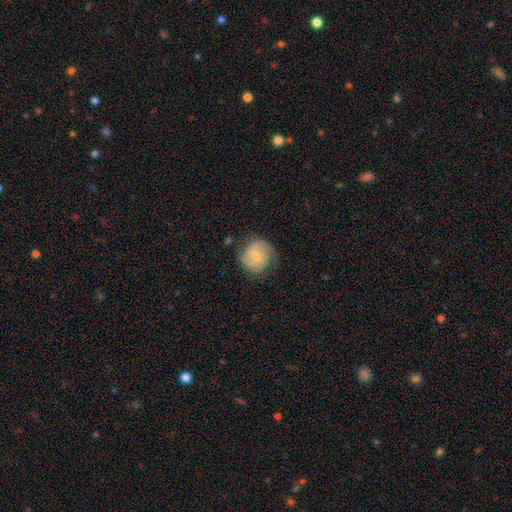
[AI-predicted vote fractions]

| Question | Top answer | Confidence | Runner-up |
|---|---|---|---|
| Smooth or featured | featured or disk | 53% | smooth (41%) |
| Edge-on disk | no | 98% | yes (2%) |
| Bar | no | 52% | weak (42%) |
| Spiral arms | yes | 86% | no (14%) |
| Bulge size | small | 59% | moderate (32%) |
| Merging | none | 65% | minor disturbance (24%) |